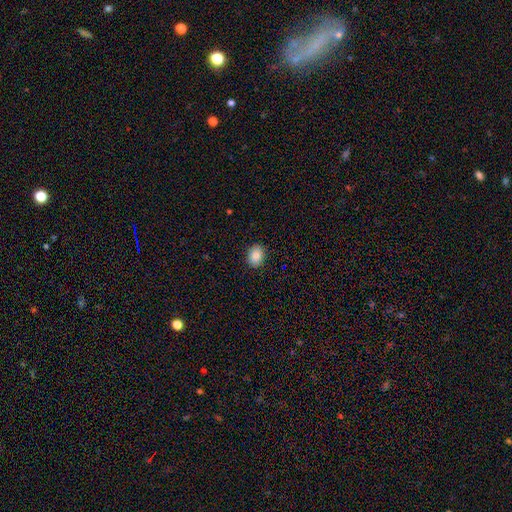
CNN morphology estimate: Overall: smooth (86%). How rounded: in between (57%; round 42%). Merging: none (90%).